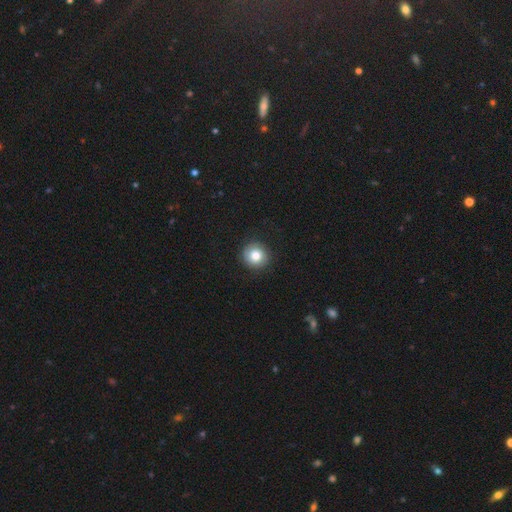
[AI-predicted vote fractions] A smooth galaxy with no disk features (68%) that is round (92%). Merging: none (84%).